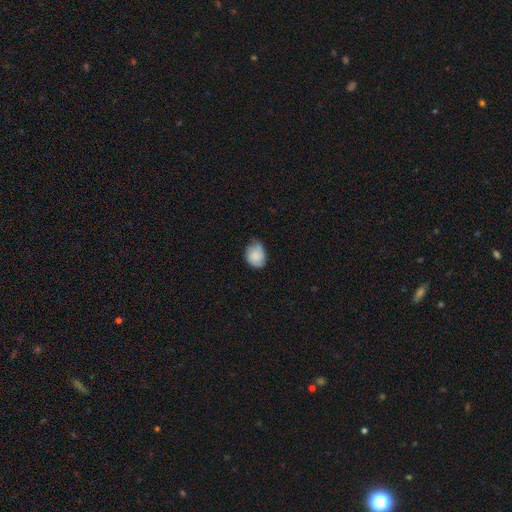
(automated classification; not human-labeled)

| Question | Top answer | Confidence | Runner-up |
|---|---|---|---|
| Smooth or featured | smooth | 74% | featured or disk (18%) |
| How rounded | in between | 56% | round (43%) |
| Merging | none | 53% | minor disturbance (38%) |